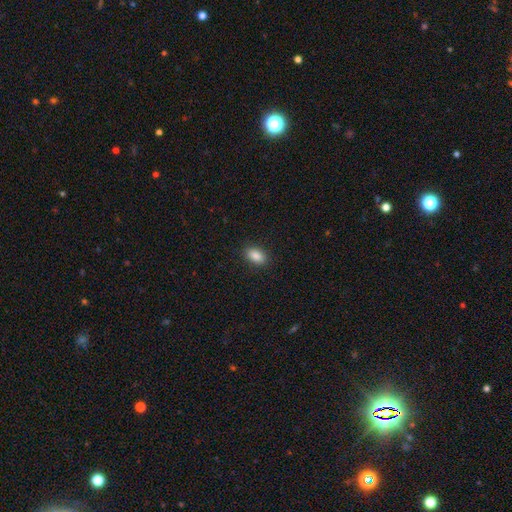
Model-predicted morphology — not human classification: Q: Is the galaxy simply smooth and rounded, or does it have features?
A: smooth — 87%.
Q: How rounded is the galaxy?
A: in between — 90%.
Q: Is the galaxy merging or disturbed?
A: none — 89%.